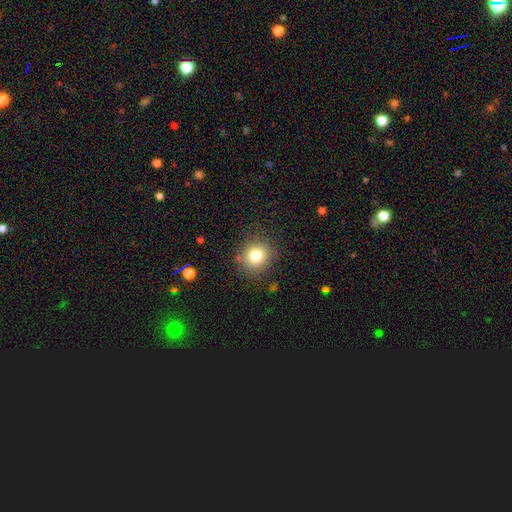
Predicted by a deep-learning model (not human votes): smooth 78%, star or artifact 13%, featured or disk 9%. Down the decision tree: how rounded — round (89%); merging — none (85%).